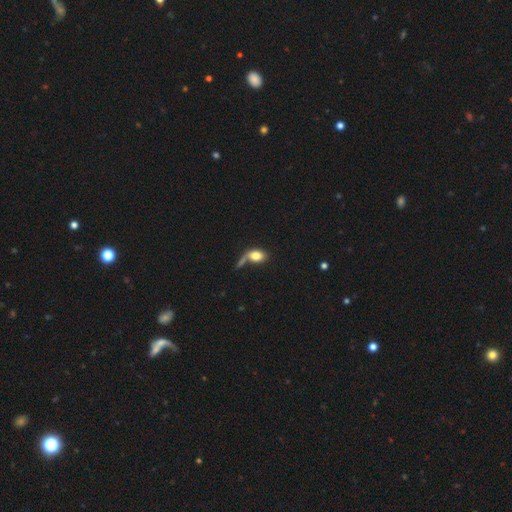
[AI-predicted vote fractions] Smooth or featured? Predicted: smooth (p=0.74). How rounded? Predicted: in between (p=0.80). Merging? Predicted: none (p=0.35).